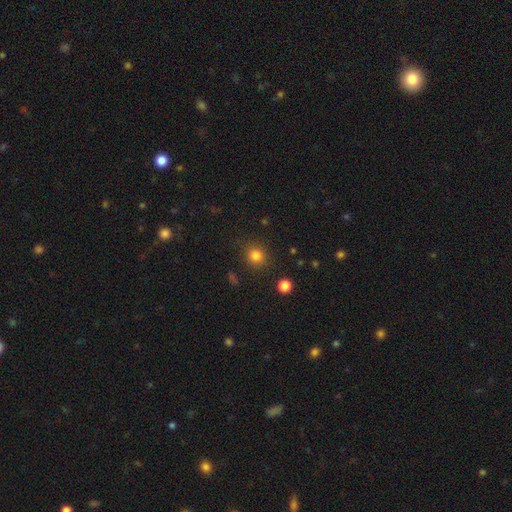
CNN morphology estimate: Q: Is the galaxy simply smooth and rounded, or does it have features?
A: smooth — 82%.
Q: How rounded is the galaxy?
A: round — 84%.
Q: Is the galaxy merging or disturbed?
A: none — 86%.